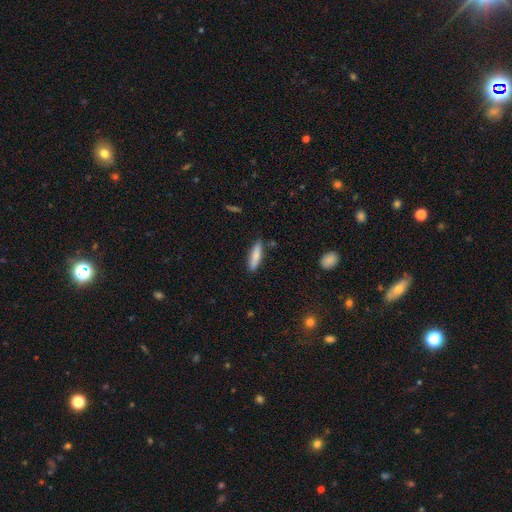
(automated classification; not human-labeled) smooth-or-featured: smooth: 81% | featured or disk: 13% | star or artifact: 6%
  how-rounded: cigar-shaped: 73% | in between: 25% | round: 2%
  merging: none: 85% | minor disturbance: 11% | major disturbance: 2% | merger: 2%